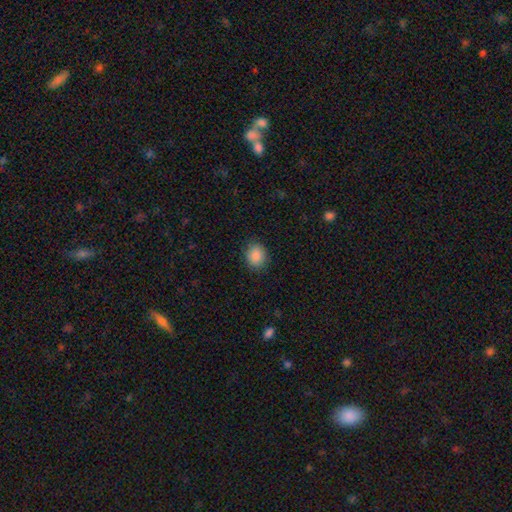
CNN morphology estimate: smooth 88%, star or artifact 9%, featured or disk 3%. Down the decision tree: how rounded — round (64%); merging — none (87%).